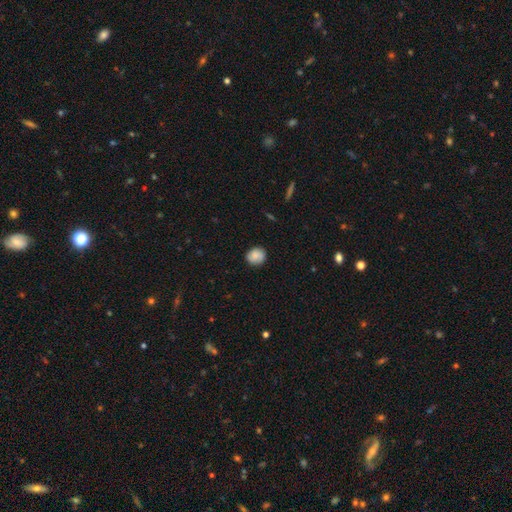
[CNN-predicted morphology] This appears to be a smooth galaxy with no disk features (76%) that is round (78%). Merging: none (82%).